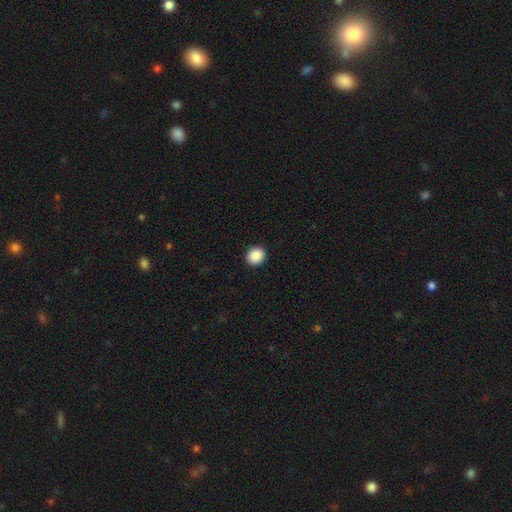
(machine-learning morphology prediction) Smooth or featured? smooth (90%)
How rounded? round (72%)
Merging? none (92%)